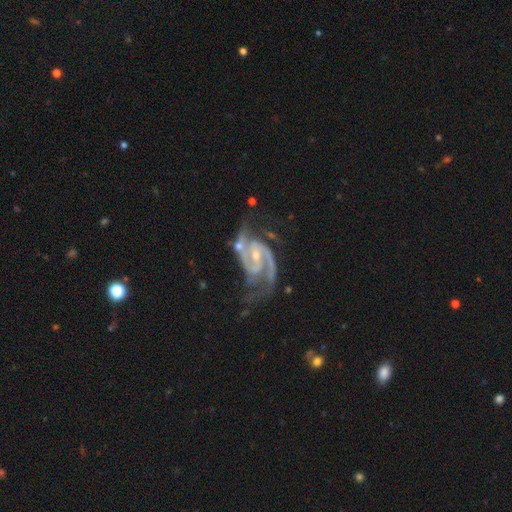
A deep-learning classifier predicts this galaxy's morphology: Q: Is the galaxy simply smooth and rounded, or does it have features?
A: featured or disk — 93%.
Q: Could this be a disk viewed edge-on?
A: no — 98%.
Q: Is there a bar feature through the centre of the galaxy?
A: no — 42%.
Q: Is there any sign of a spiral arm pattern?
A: yes — 99%.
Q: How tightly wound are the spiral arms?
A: medium — 60%.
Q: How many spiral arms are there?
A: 2 — 87%.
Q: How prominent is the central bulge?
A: small — 63%.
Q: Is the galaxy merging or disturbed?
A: none — 52%.